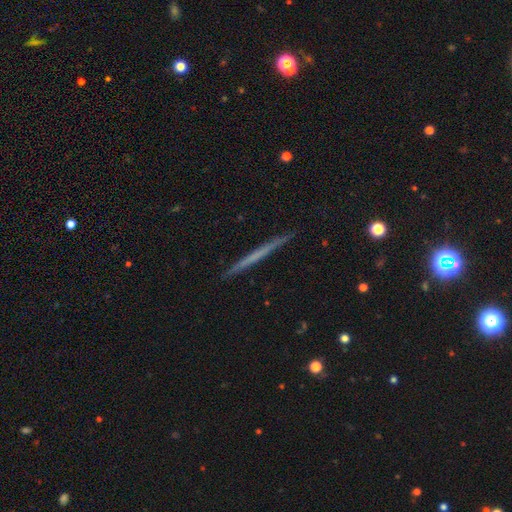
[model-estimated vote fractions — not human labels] This is possibly a featured or disk galaxy (51%). It is clearly viewed edge-on (97%). Merging: clearly none (92%).